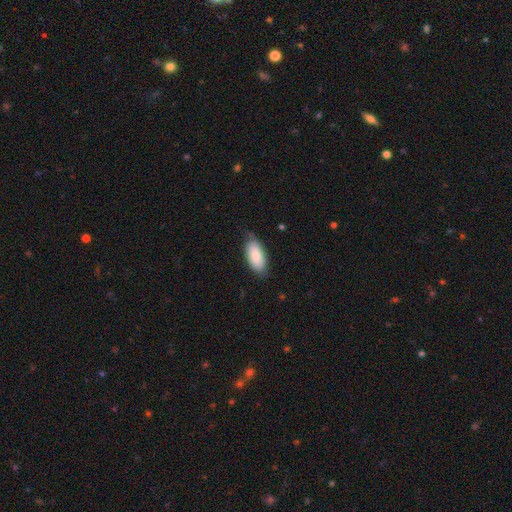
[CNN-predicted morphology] smooth 87%, featured or disk 8%, star or artifact 6%. Down the decision tree: how rounded — in between (92%); merging — none (74%).